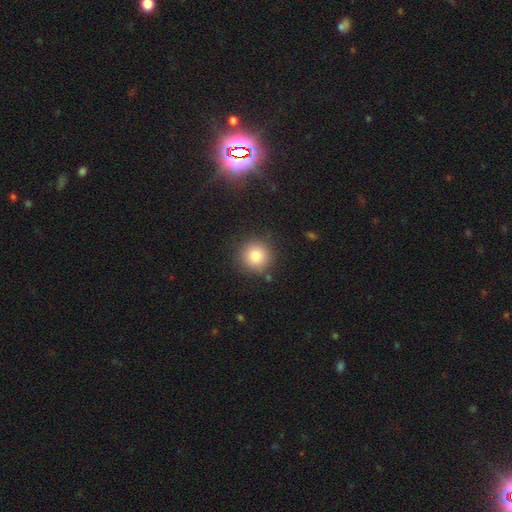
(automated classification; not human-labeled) A smooth galaxy with no disk features (82%) that is round (93%).

Vote fractions:
- Smooth or featured? smooth: 82% / star or artifact: 10% / featured or disk: 8%
- How rounded? round: 93% / in between: 6% / cigar-shaped: 1%
- Merging? none: 86% / minor disturbance: 8% / major disturbance: 3% / merger: 2%